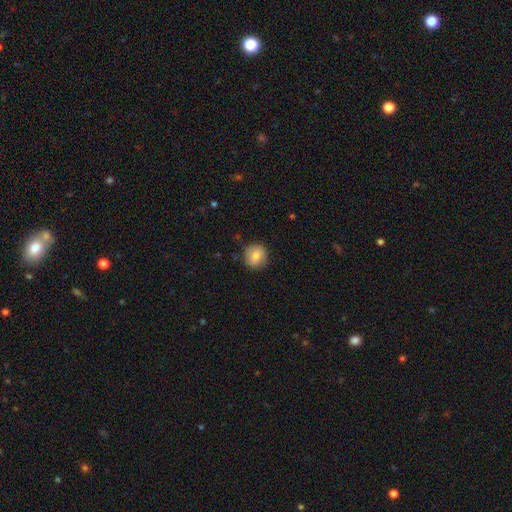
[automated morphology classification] Overall: smooth (80%). How rounded: round (86%). Merging: none (83%).